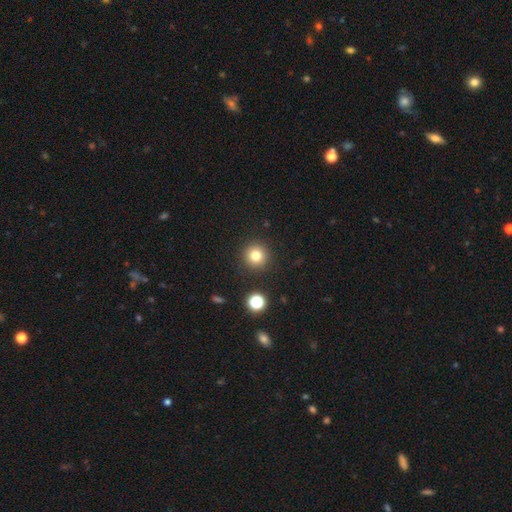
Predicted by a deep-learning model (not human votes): Smooth or featured? Predicted: smooth (p=0.79). How rounded? Predicted: round (p=0.95). Merging? Predicted: none (p=0.90).